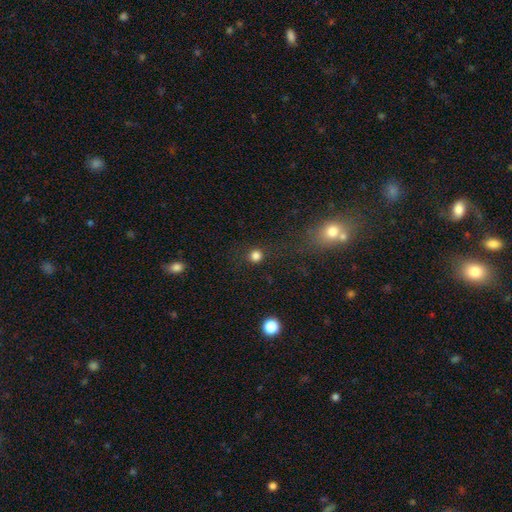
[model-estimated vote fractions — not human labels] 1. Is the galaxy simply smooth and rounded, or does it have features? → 81% smooth, 15% star or artifact, 4% featured or disk.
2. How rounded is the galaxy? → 93% round, 6% in between, 1% cigar-shaped.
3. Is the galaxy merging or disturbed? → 86% none, 7% minor disturbance, 4% major disturbance, 3% merger.